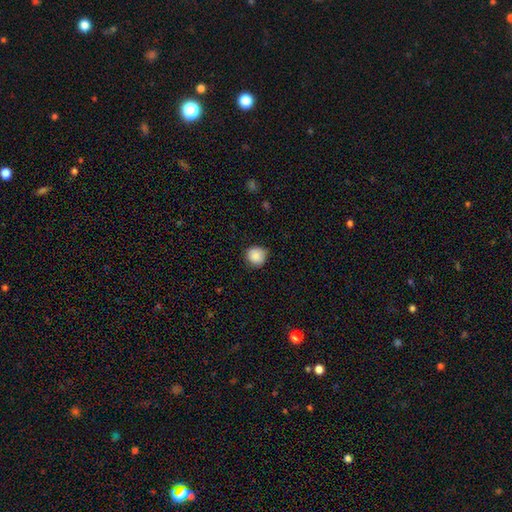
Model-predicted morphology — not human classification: A smooth galaxy with no disk features (87%) that is round (91%).

Vote fractions:
- Smooth or featured? smooth: 87% / star or artifact: 9% / featured or disk: 4%
- How rounded? round: 91% / in between: 8% / cigar-shaped: 1%
- Merging? none: 80% / minor disturbance: 16% / major disturbance: 3% / merger: 1%